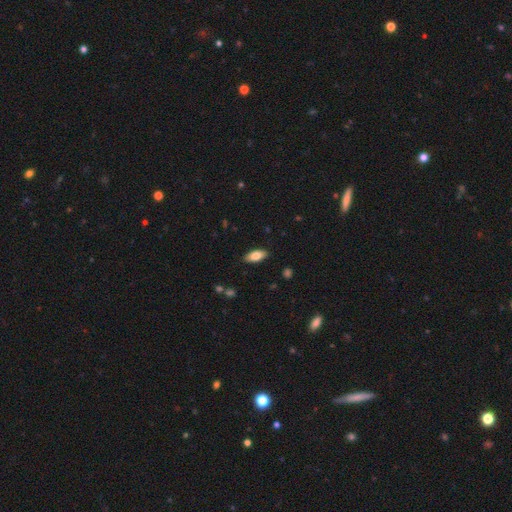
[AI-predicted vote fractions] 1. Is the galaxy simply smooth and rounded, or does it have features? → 78% smooth, 15% featured or disk, 7% star or artifact.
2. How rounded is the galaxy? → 88% in between, 10% cigar-shaped, 2% round.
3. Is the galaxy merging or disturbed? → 87% none, 10% minor disturbance, 2% major disturbance, 1% merger.